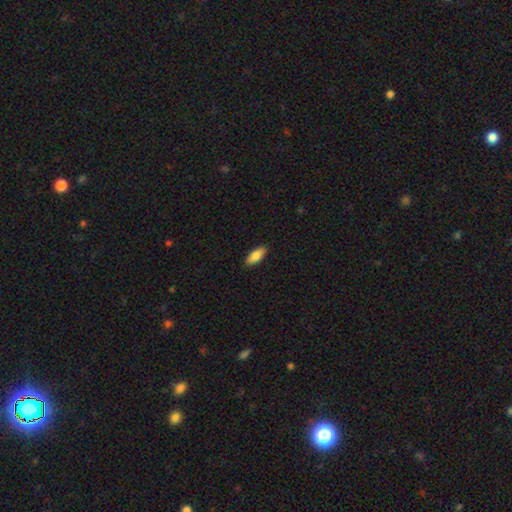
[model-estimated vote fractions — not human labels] Overall: smooth (85%). How rounded: in between (80%). Merging: none (89%).